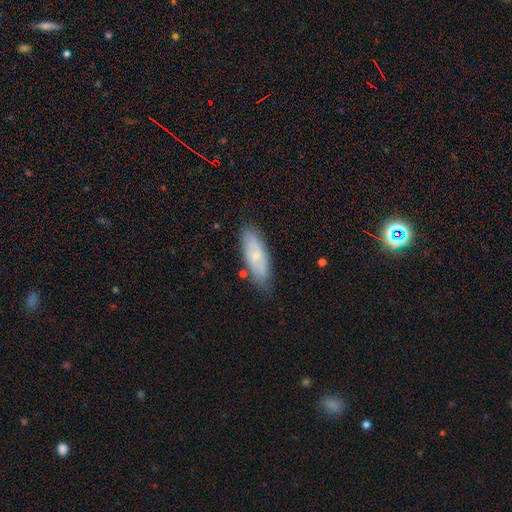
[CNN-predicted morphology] Smooth or featured?
  - smooth: 62% *
  - featured or disk: 31%
  - star or artifact: 7%
How rounded?
  - in between: 62% *
  - cigar-shaped: 36%
  - round: 2%
Merging?
  - none: 80% *
  - minor disturbance: 15%
  - major disturbance: 3%
  - merger: 2%